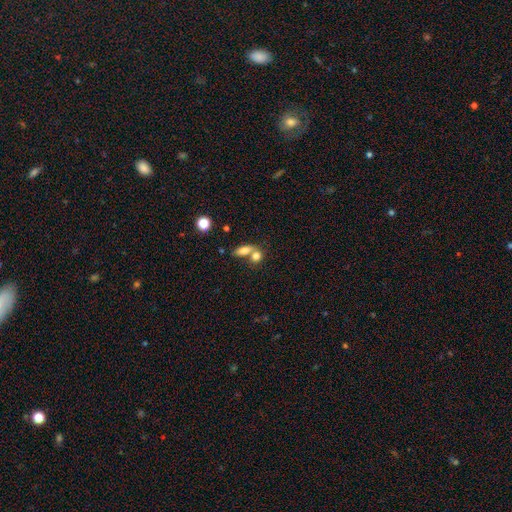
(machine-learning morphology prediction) Smooth or featured: smooth — 78% (featured or disk — 12%)
How rounded: in between — 60% (round — 32%)
Merging: merger — 49% (none — 39%)